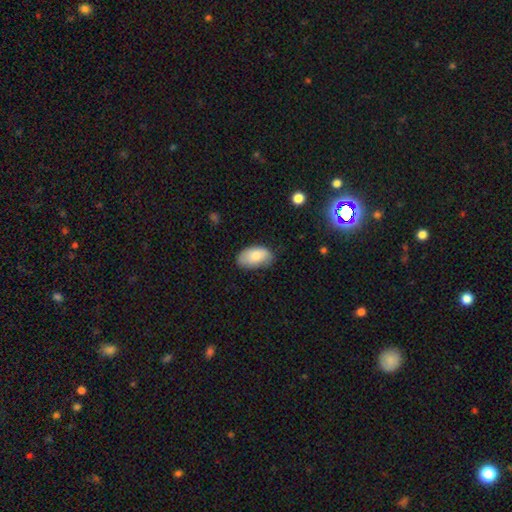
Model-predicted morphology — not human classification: Smooth or featured: smooth — 82% (featured or disk — 11%)
How rounded: in between — 95% (round — 4%)
Merging: none — 71% (minor disturbance — 24%)